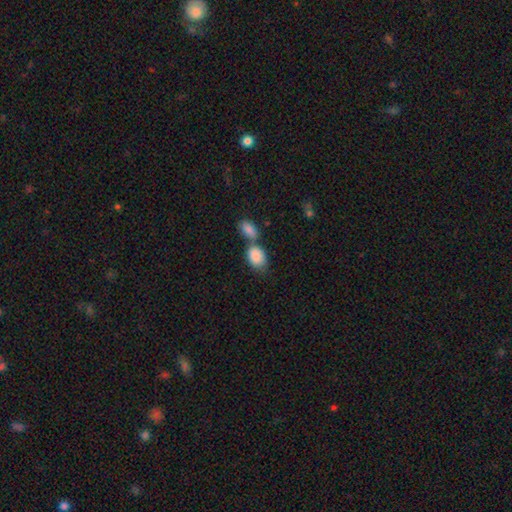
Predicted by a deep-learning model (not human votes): smooth 87%, star or artifact 7%, featured or disk 6%. Down the decision tree: how rounded — in between (80%); merging — merger (51%).